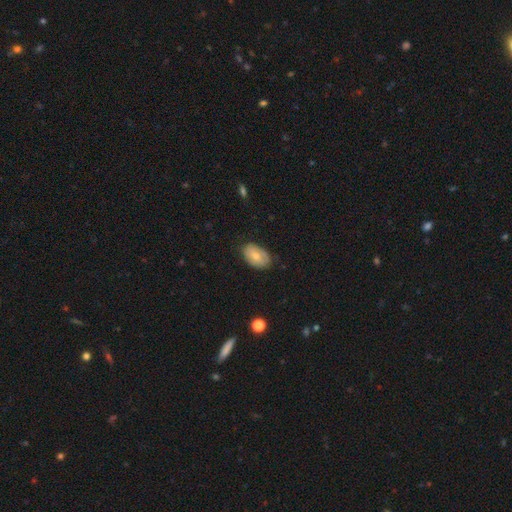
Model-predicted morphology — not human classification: A smooth galaxy with no disk features (65%) that is in between round and cigar-shaped (89%). Merging: none (75%).